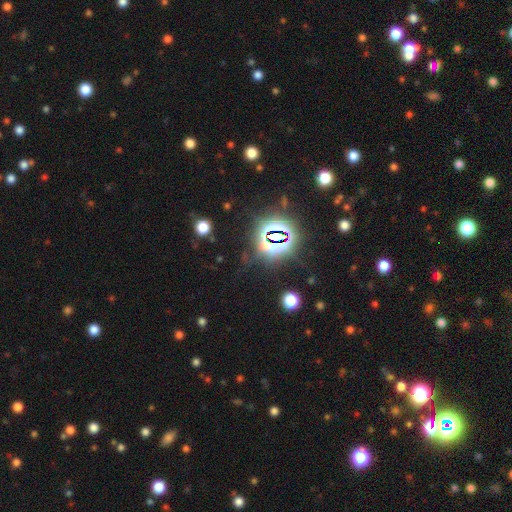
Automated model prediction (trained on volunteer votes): smooth-or-featured: star or artifact: 82% | smooth: 11% | featured or disk: 7%